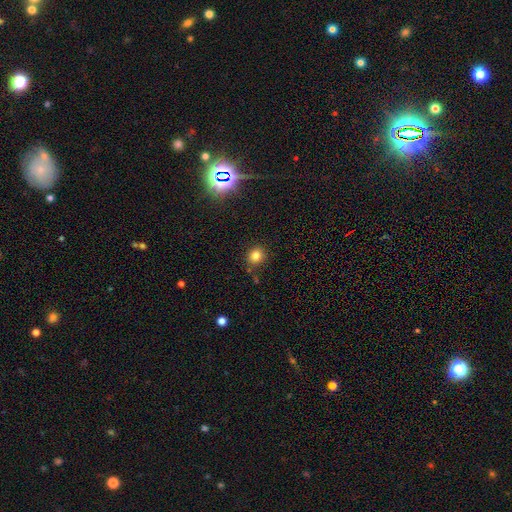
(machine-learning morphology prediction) A smooth galaxy with no disk features (80%) that is round (80%). Merging: none (83%).